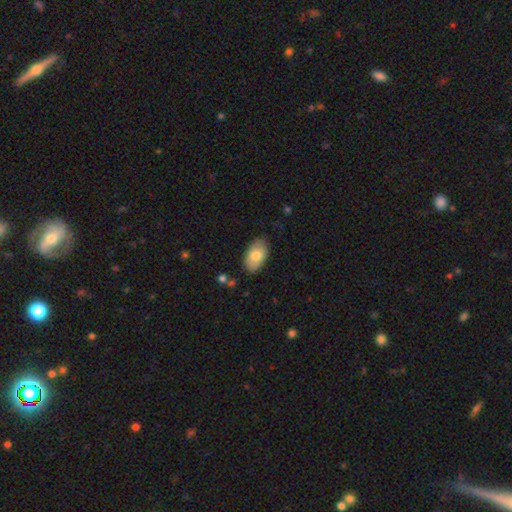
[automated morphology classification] A smooth galaxy with no disk features (77%) that is in between round and cigar-shaped (94%). Merging: none (83%).